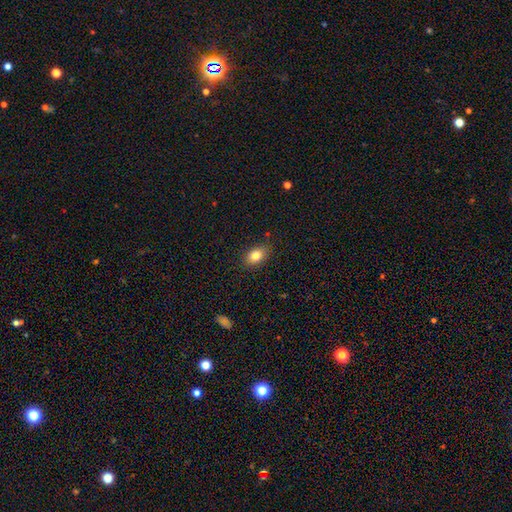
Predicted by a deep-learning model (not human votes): Smooth or featured: smooth — 83% (featured or disk — 9%)
How rounded: in between — 85% (round — 14%)
Merging: none — 85% (minor disturbance — 11%)